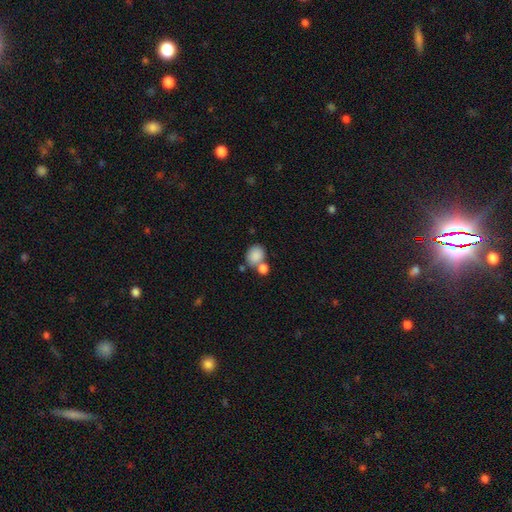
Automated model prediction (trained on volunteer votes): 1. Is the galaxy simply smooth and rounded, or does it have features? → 86% smooth, 8% star or artifact, 6% featured or disk.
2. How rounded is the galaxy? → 58% round, 41% in between, 1% cigar-shaped.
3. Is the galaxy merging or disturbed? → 47% none, 37% merger, 12% minor disturbance, 5% major disturbance.